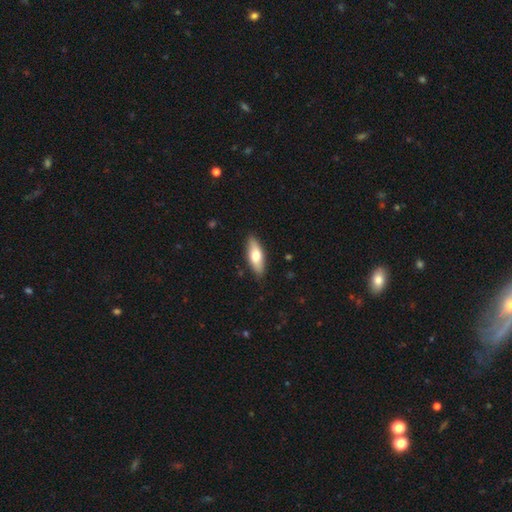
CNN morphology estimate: This appears to be a smooth galaxy with no disk features (67%) that is in between round and cigar-shaped (65%). Merging: none (87%).